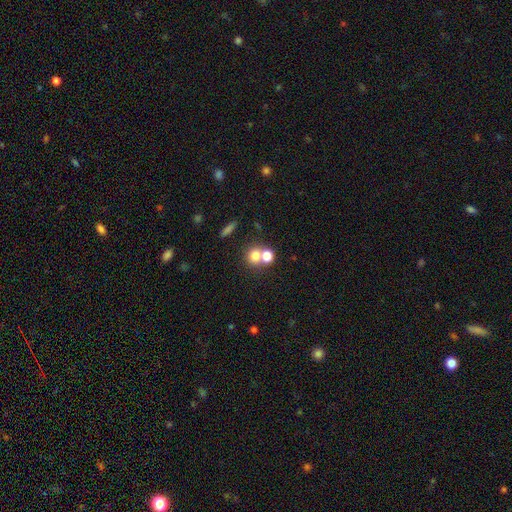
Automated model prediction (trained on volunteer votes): This appears to be a smooth galaxy with no disk features (73%) that is round (80%). Merging: merger (47%).